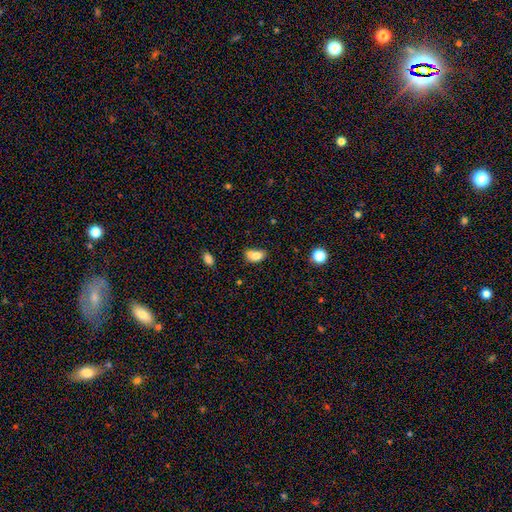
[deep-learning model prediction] This appears to be a smooth galaxy with no disk features (79%) that is in between round and cigar-shaped (85%). Merging: none (42%).